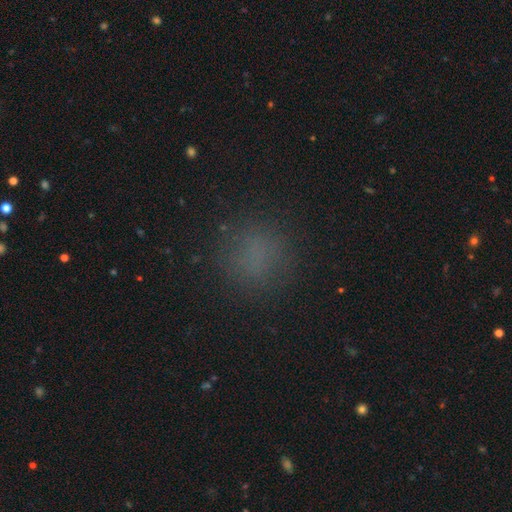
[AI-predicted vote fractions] Q: Smooth or featured?
A: smooth (73%); runner-up: star or artifact (21%)
Q: How rounded?
A: round (87%); runner-up: in between (11%)
Q: Merging?
A: none (87%); runner-up: minor disturbance (8%)